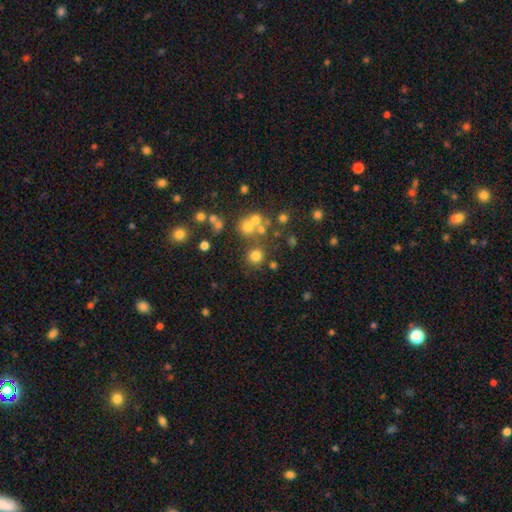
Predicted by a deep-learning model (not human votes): Smooth or featured? Predicted: smooth (p=0.72). How rounded? Predicted: round (p=0.91). Merging? Predicted: none (p=0.72).